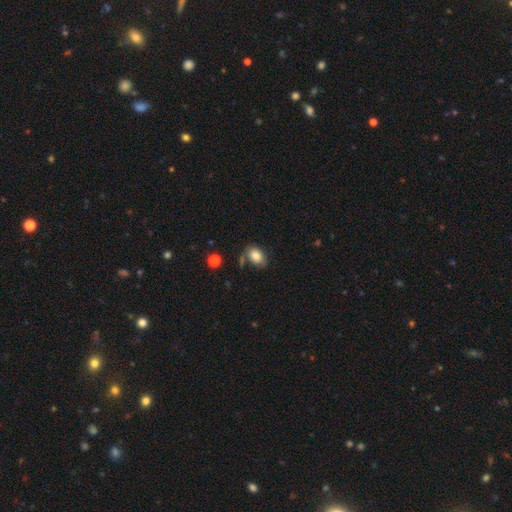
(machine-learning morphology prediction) Smooth or featured?
  - smooth: 82% *
  - featured or disk: 9%
  - star or artifact: 9%
How rounded?
  - in between: 80% *
  - round: 19%
  - cigar-shaped: 1%
Merging?
  - none: 63% *
  - minor disturbance: 20%
  - merger: 11%
  - major disturbance: 6%